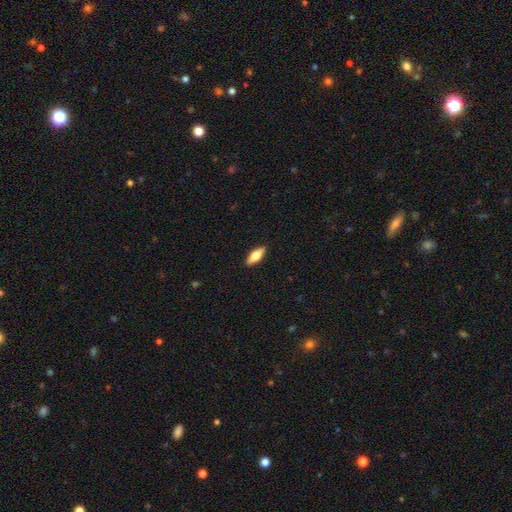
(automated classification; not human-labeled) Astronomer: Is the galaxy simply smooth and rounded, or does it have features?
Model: smooth — 58% (runner-up: featured or disk, 36%).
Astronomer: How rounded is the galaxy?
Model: in between — 66%.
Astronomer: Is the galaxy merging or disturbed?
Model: none — 90%.